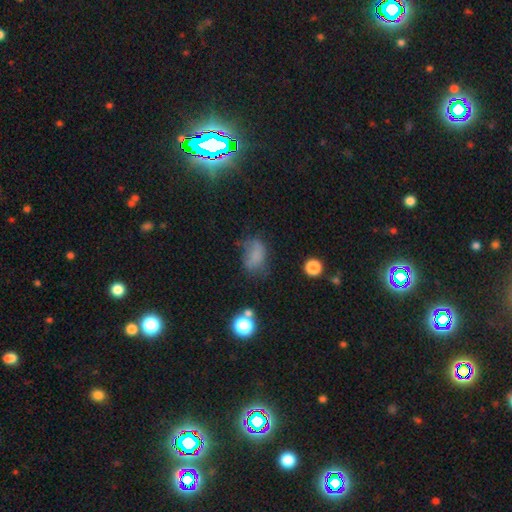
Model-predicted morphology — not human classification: Smooth or featured?
  - smooth: 63% *
  - featured or disk: 19%
  - star or artifact: 18%
How rounded?
  - in between: 79% *
  - round: 19%
  - cigar-shaped: 2%
Merging?
  - none: 36% *
  - minor disturbance: 31%
  - major disturbance: 28%
  - merger: 5%